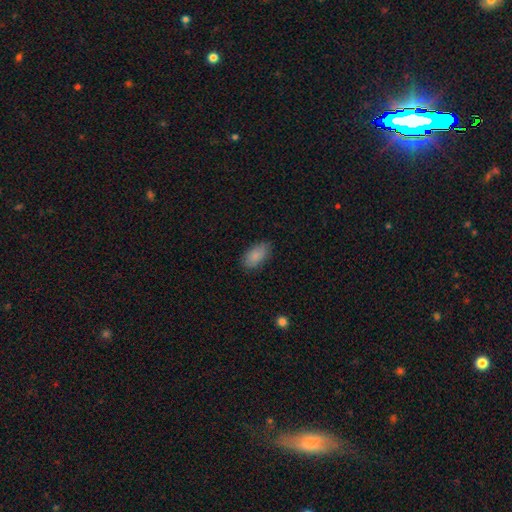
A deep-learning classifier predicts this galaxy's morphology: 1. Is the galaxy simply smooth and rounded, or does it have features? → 87% smooth, 7% star or artifact, 6% featured or disk.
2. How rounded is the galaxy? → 93% in between, 4% round, 3% cigar-shaped.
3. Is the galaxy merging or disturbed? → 81% none, 15% minor disturbance, 3% major disturbance, 1% merger.